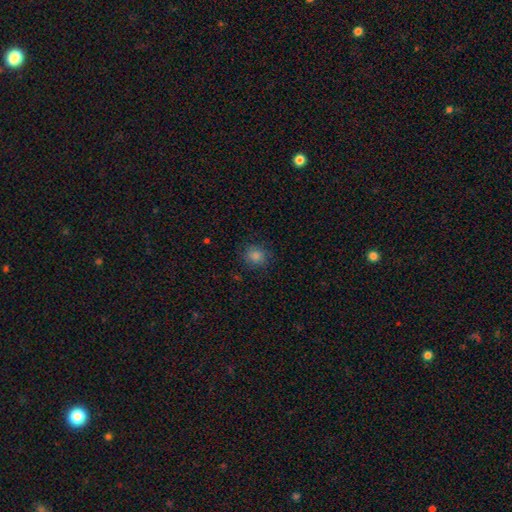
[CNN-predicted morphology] Q: Smooth or featured?
A: smooth (81%); runner-up: star or artifact (14%)
Q: How rounded?
A: round (85%); runner-up: in between (14%)
Q: Merging?
A: none (85%); runner-up: minor disturbance (11%)